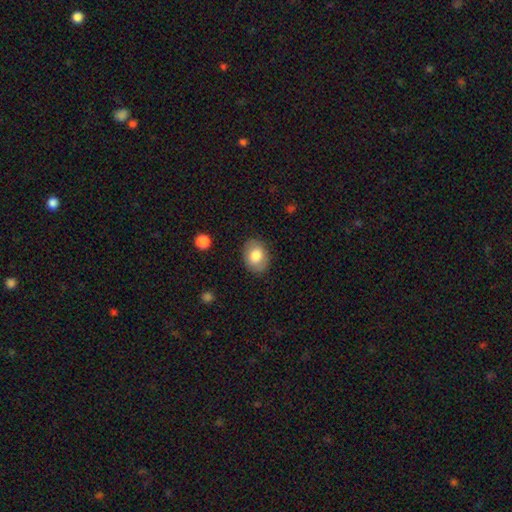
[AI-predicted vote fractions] Smooth or featured? Predicted: smooth (p=0.78). How rounded? Predicted: in between (p=0.71). Merging? Predicted: none (p=0.85).